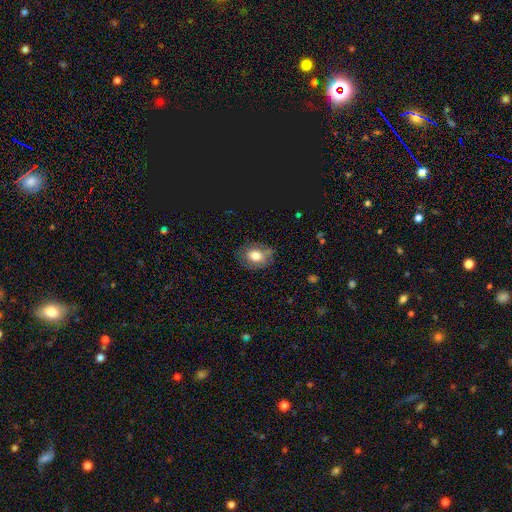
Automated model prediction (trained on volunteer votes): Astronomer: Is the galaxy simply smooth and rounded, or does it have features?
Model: smooth — 73%.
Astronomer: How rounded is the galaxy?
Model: in between — 62%.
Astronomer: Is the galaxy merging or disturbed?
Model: none — 68%.